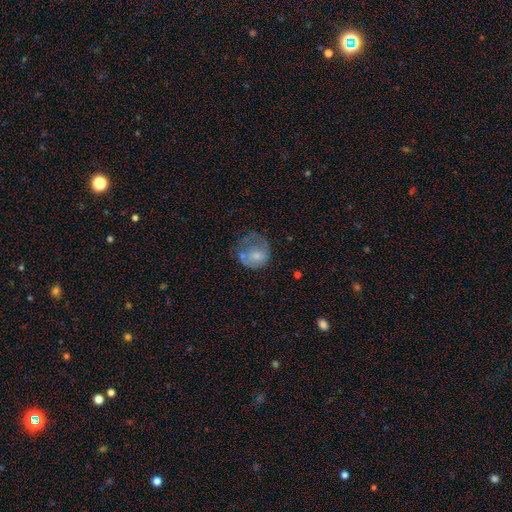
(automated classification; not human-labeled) Smooth or featured: smooth — 52% (featured or disk — 38%)
How rounded: round — 67% (in between — 32%)
Merging: major disturbance — 40% (none — 29%)